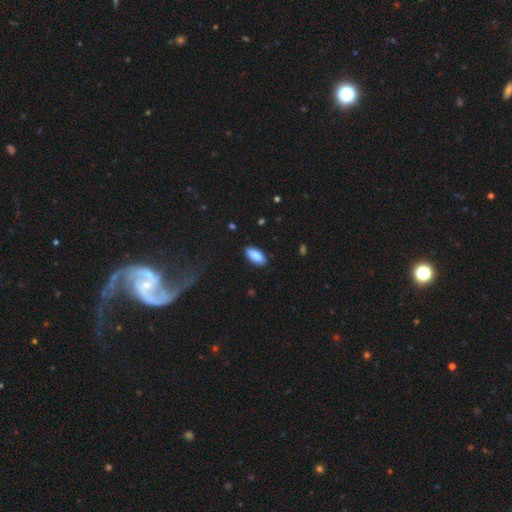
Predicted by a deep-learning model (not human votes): The model was most divided on "merging": none: 85%, minor disturbance: 12%, major disturbance: 2%, merger: 1%. More confident: how rounded — in between (89%); smooth or featured — smooth (88%).